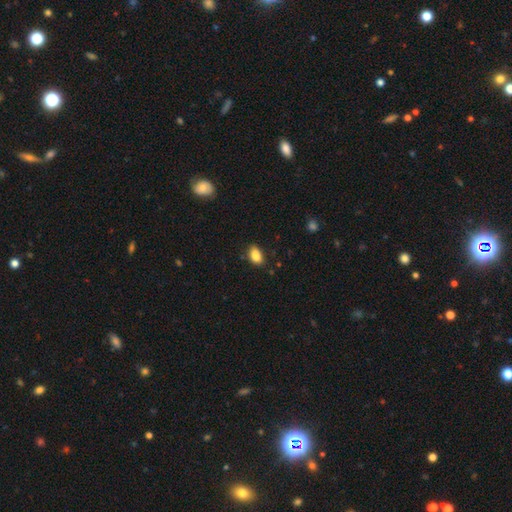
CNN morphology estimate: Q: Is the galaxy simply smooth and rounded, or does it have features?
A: smooth — 87%.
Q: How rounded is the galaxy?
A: in between — 89%.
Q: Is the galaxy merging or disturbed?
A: none — 77%.